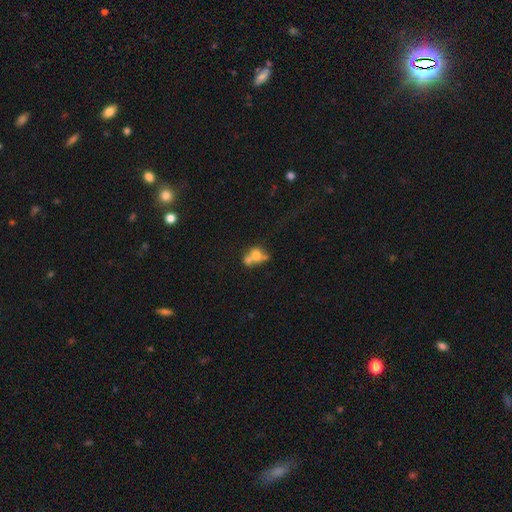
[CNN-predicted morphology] This is possibly a smooth galaxy (59%). How rounded: possibly in between (50%). Merging: possibly merger (56%).